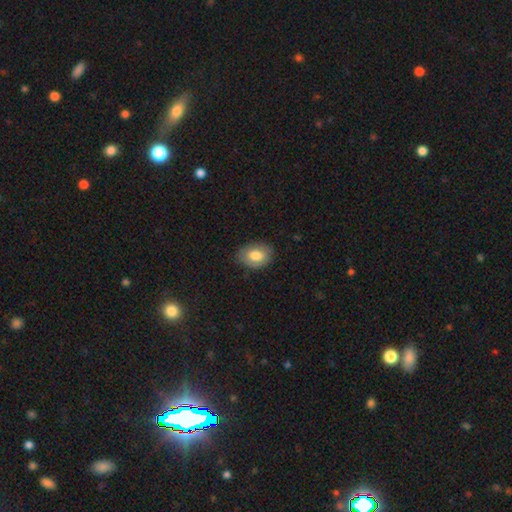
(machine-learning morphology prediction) smooth_or_featured: smooth (p=0.76) [alt: featured or disk p=0.17]
how_rounded: in between (p=0.81) [alt: round p=0.18]
merging: none (p=0.80) [alt: minor disturbance p=0.15]